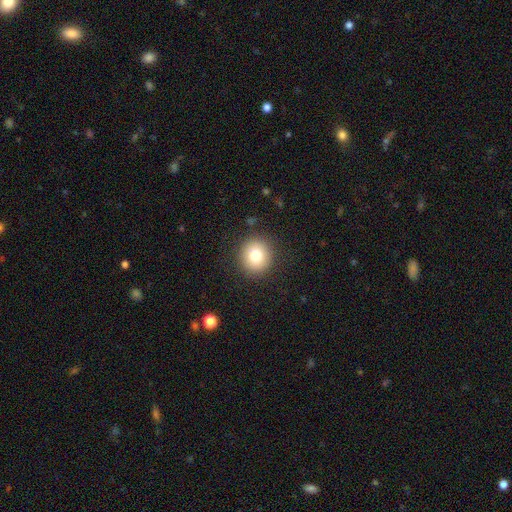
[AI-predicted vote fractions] Q: Smooth or featured?
A: smooth (79%); runner-up: featured or disk (11%)
Q: How rounded?
A: round (89%); runner-up: in between (10%)
Q: Merging?
A: none (89%); runner-up: minor disturbance (7%)